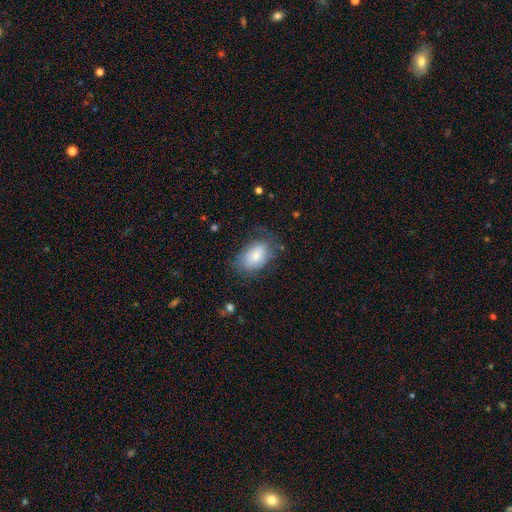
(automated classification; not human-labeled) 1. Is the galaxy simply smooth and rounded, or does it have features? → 74% smooth, 19% featured or disk, 7% star or artifact.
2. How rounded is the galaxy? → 88% in between, 11% round, 1% cigar-shaped.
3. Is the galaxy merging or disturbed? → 62% none, 25% minor disturbance, 11% major disturbance, 2% merger.